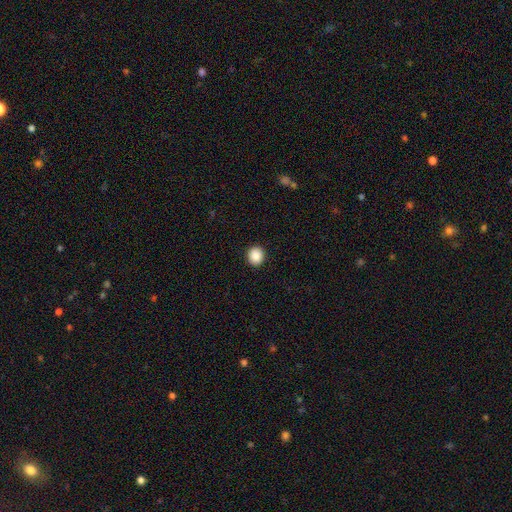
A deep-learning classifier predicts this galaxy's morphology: Smooth or featured? Predicted: smooth (p=0.88). How rounded? Predicted: round (p=0.81). Merging? Predicted: none (p=0.93).